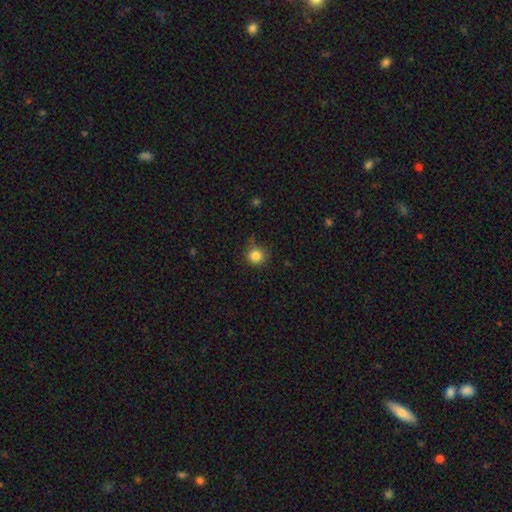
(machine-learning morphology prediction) A smooth galaxy with no disk features (84%) that is round (92%).

Vote fractions:
- Smooth or featured? smooth: 84% / star or artifact: 11% / featured or disk: 5%
- How rounded? round: 92% / in between: 7% / cigar-shaped: 1%
- Merging? none: 77% / minor disturbance: 17% / major disturbance: 4% / merger: 2%